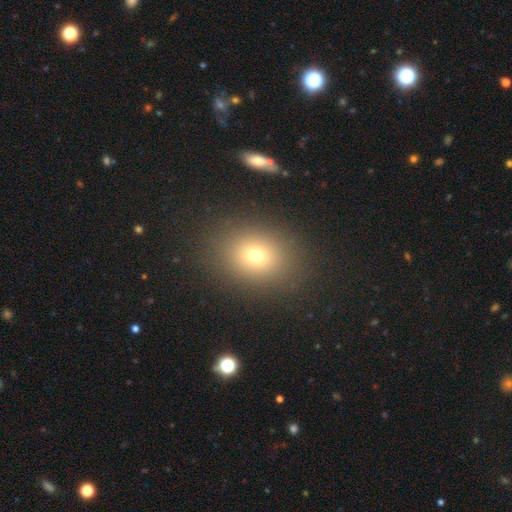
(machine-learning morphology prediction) smooth 70%, star or artifact 19%, featured or disk 12%. Down the decision tree: how rounded — round (50%); merging — none (87%).